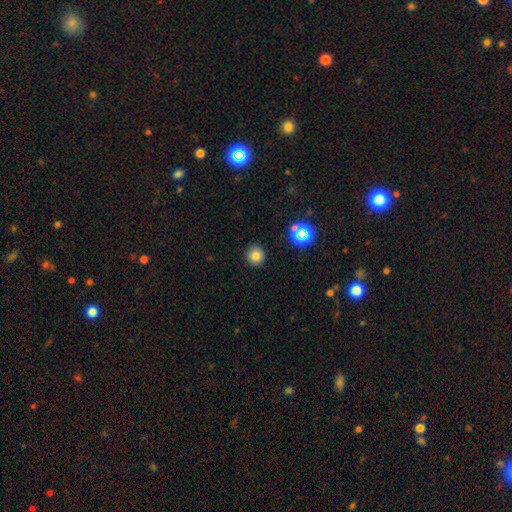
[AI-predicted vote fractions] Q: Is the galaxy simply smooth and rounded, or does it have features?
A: smooth — 79%.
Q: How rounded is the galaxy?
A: round — 94%.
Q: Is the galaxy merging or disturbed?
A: none — 90%.